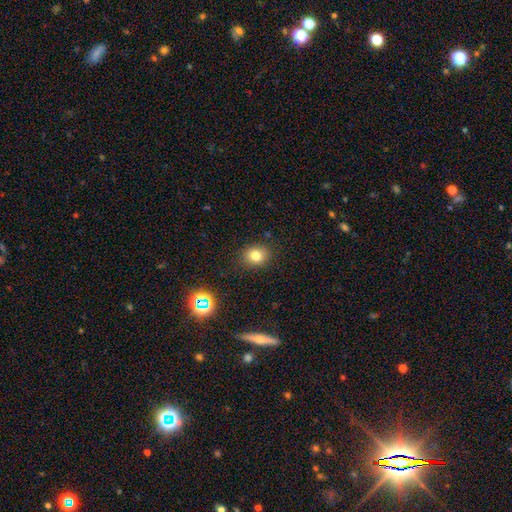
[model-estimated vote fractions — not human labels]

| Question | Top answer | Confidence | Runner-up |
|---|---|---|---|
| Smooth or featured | smooth | 78% | star or artifact (14%) |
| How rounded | round | 61% | in between (38%) |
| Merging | none | 86% | minor disturbance (10%) |